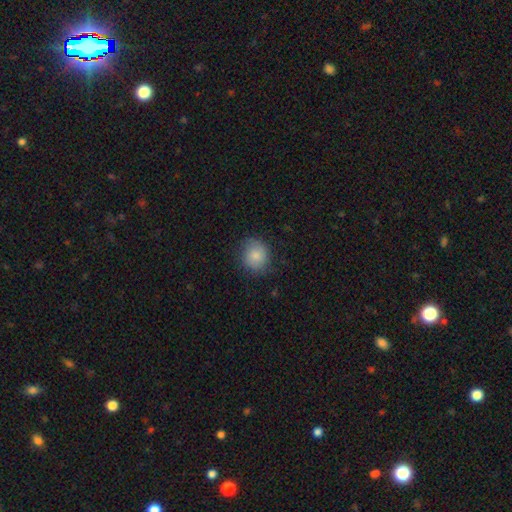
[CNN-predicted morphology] Q: Smooth or featured?
A: smooth (83%); runner-up: featured or disk (9%)
Q: How rounded?
A: round (80%); runner-up: in between (19%)
Q: Merging?
A: none (77%); runner-up: minor disturbance (17%)